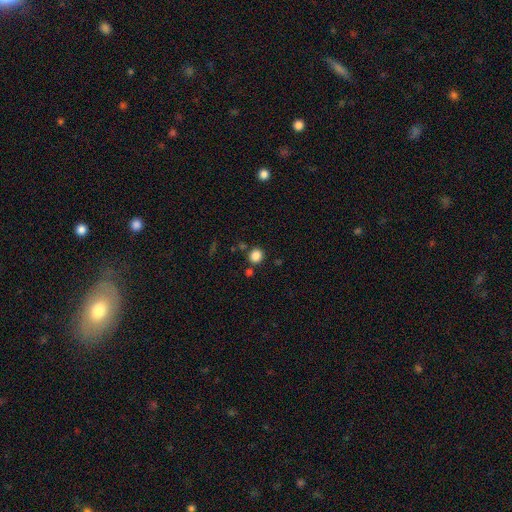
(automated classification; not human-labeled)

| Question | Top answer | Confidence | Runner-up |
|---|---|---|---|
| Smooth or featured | smooth | 85% | star or artifact (11%) |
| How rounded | round | 88% | in between (11%) |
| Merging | none | 82% | minor disturbance (8%) |